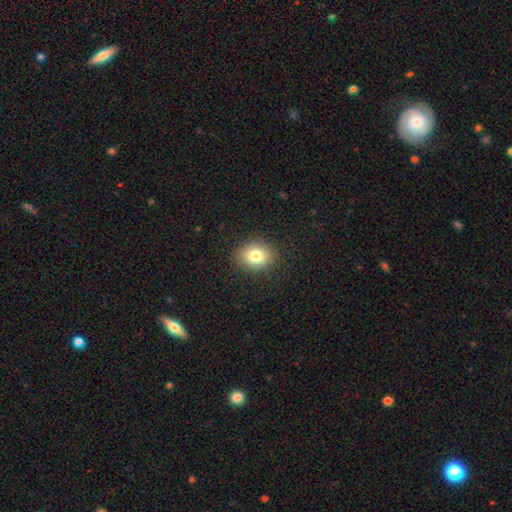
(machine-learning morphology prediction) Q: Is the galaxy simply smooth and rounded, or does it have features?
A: smooth — 80%.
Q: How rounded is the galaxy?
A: in between — 52%.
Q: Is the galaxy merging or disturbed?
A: none — 87%.